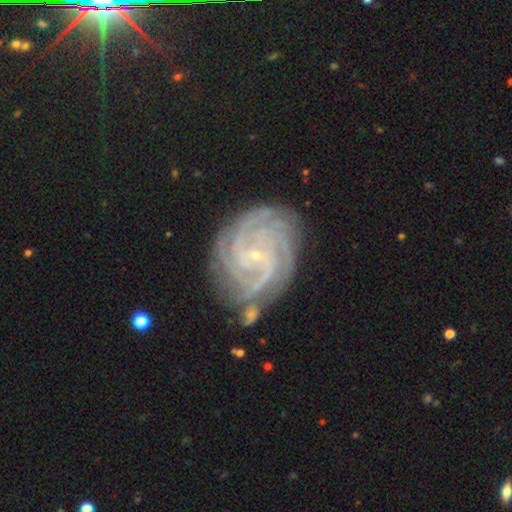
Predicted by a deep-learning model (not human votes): This appears to be a featured or disk galaxy (90%) with no bar (61%), 4 (36%) tight (77%) spiral arms (98%) and a small central bulge (89%). Merging: none (74%).